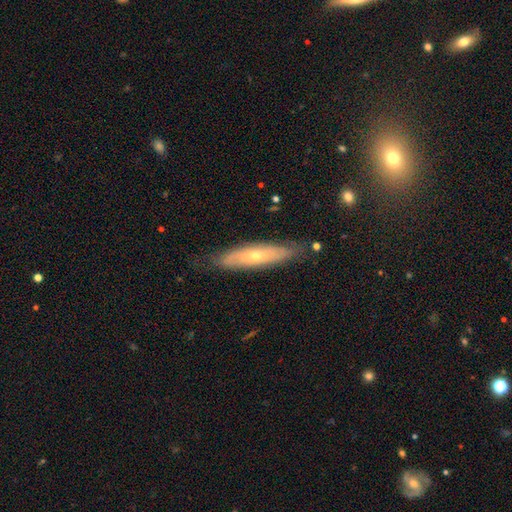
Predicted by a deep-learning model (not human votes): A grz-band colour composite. It shows a featured or disk galaxy (59%). Merging: none (78%).